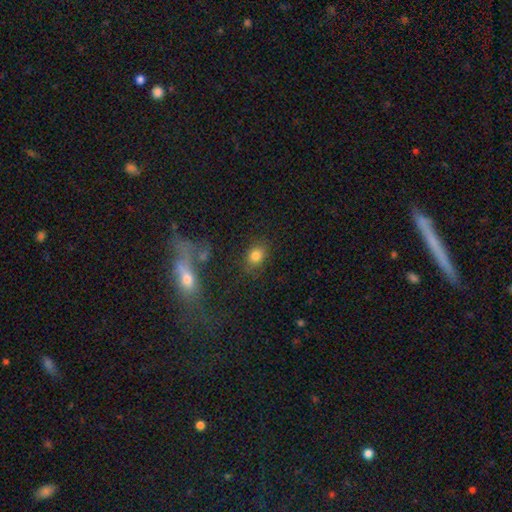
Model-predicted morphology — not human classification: This is clearly a smooth galaxy (81%). How rounded: possibly round (51%). Merging: likely none (78%).